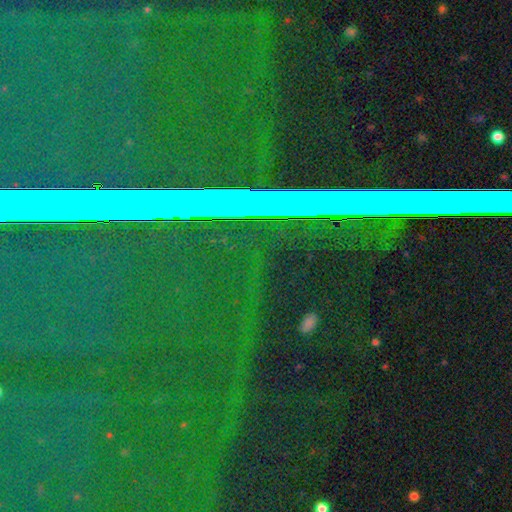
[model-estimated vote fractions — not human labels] The model was most divided on "smooth or featured": star or artifact: 82%, featured or disk: 9%, smooth: 9%.